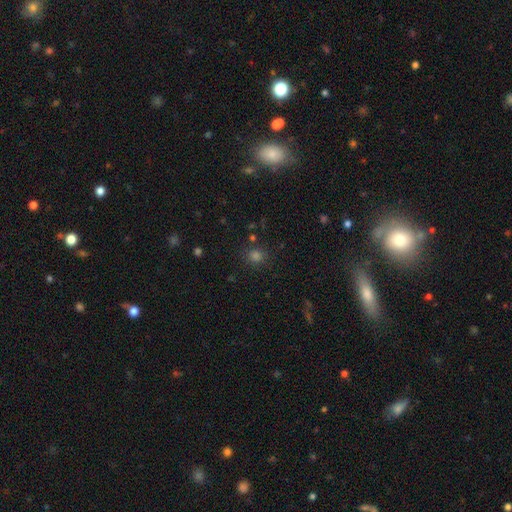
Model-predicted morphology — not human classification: smooth_or_featured: smooth (p=0.69) [alt: star or artifact p=0.26]
how_rounded: round (p=0.82) [alt: in between p=0.17]
merging: none (p=0.84) [alt: minor disturbance p=0.09]